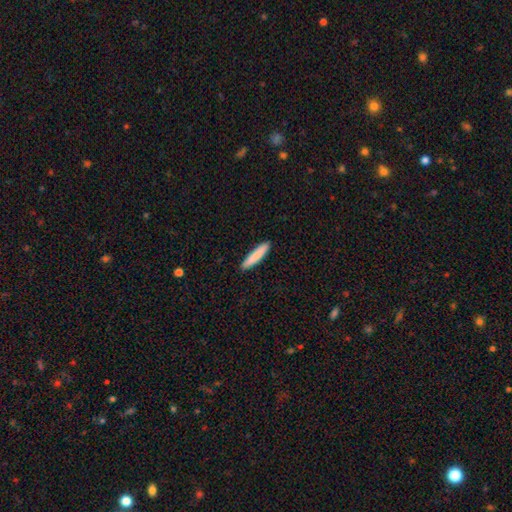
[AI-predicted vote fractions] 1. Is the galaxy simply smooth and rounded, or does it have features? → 83% smooth, 11% featured or disk, 5% star or artifact.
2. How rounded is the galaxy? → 87% cigar-shaped, 12% in between, 1% round.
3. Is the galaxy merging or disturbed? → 91% none, 7% minor disturbance, 1% major disturbance, 1% merger.